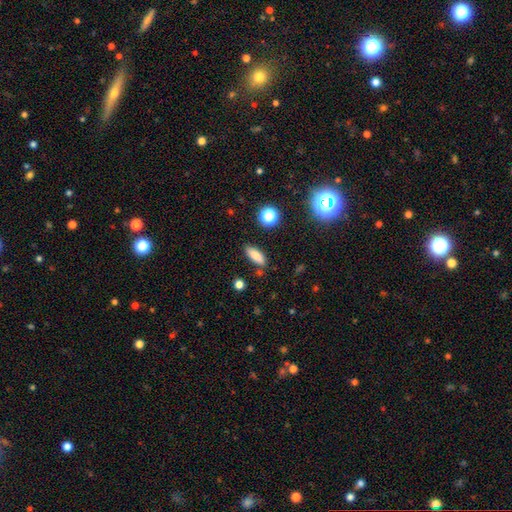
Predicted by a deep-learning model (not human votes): A smooth galaxy with no disk features (81%) that is in between round and cigar-shaped (62%).

Vote fractions:
- Smooth or featured? smooth: 81% / star or artifact: 11% / featured or disk: 8%
- How rounded? in between: 62% / cigar-shaped: 34% / round: 5%
- Merging? none: 83% / minor disturbance: 11% / merger: 3% / major disturbance: 3%